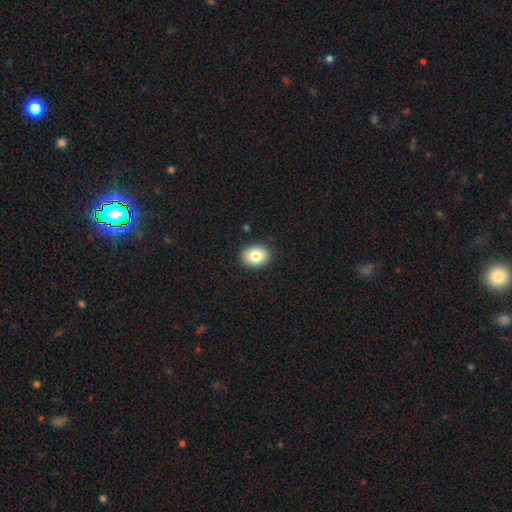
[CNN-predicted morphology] type=smooth (82%); roundness=in between (53%); merging=none (88%).